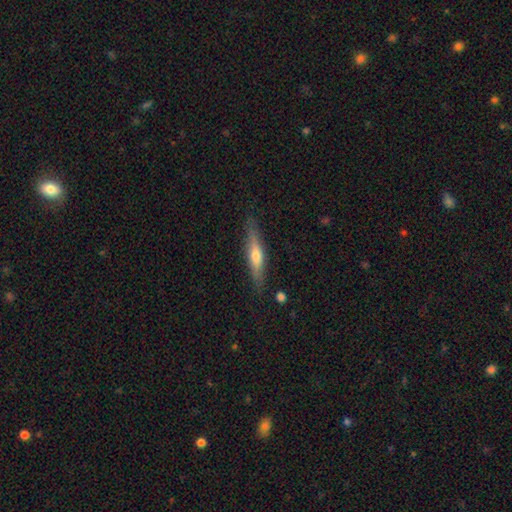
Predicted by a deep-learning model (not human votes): Q: Smooth or featured?
A: featured or disk (53%); runner-up: smooth (41%)
Q: Edge-on disk?
A: yes (93%); runner-up: no (7%)
Q: Merging?
A: none (85%); runner-up: minor disturbance (11%)